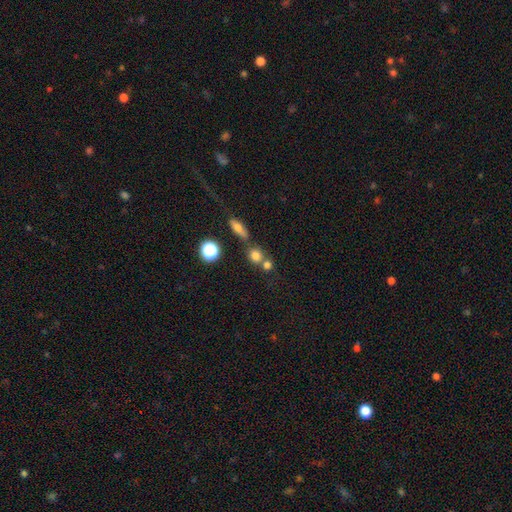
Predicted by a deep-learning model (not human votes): smooth_or_featured: smooth (p=0.75) [alt: star or artifact p=0.16]
how_rounded: round (p=0.78) [alt: in between p=0.20]
merging: none (p=0.53) [alt: merger p=0.34]